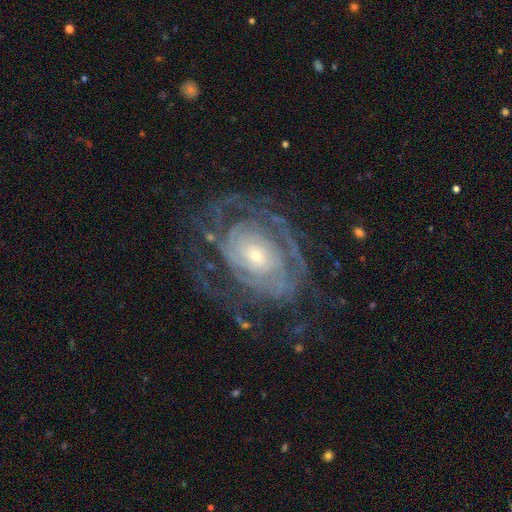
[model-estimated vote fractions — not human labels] Smooth or featured? Predicted: featured or disk (p=0.84). Edge-on disk? Predicted: no (p=0.96). Bar? Predicted: no (p=0.74). Spiral arms? Predicted: yes (p=0.88). Spiral winding? Predicted: tight (p=0.70). Spiral arm count? Predicted: can't tell (p=0.45). Bulge size? Predicted: small (p=0.68). Merging? Predicted: none (p=0.62).